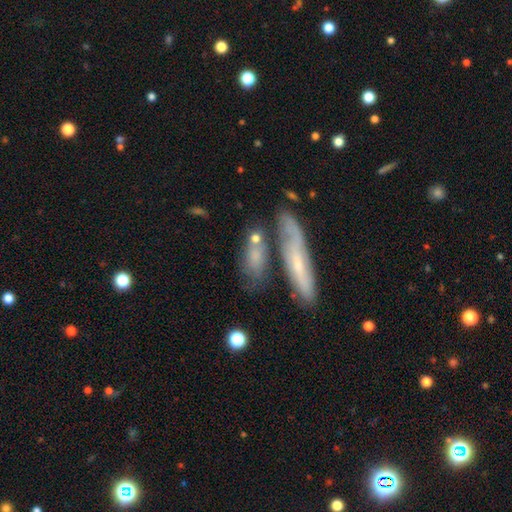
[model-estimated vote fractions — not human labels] This appears to be a smooth galaxy with no disk features (60%) that is in between round and cigar-shaped (49%). Merging: none (53%).